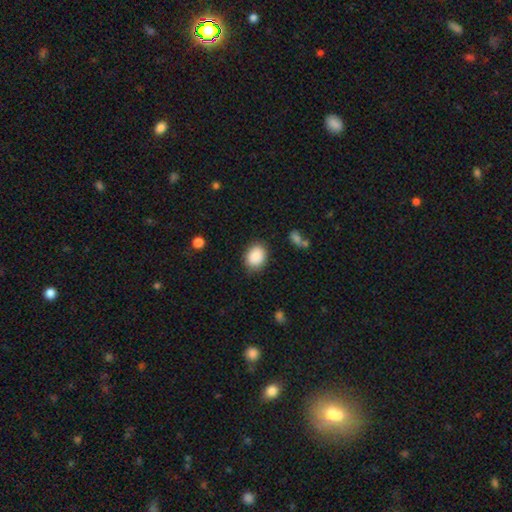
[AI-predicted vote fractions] The model was most divided on "how rounded": in between: 55%, round: 44%, cigar-shaped: 1%. More confident: smooth or featured — smooth (87%); merging — none (82%).